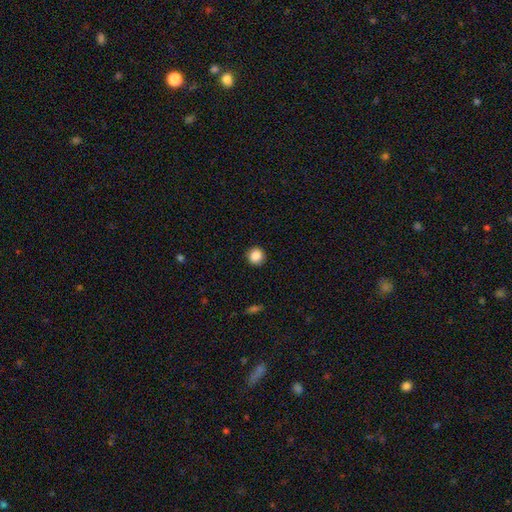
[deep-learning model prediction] Smooth or featured? smooth (88%)
How rounded? round (94%)
Merging? none (91%)